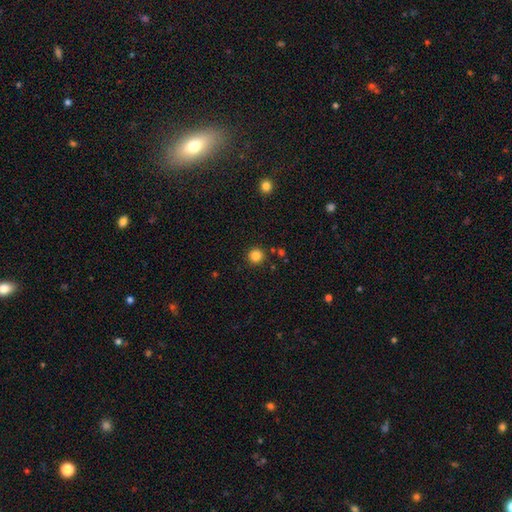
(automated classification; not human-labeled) smooth-or-featured: smooth: 84% | star or artifact: 12% | featured or disk: 4%
  how-rounded: round: 94% | in between: 5% | cigar-shaped: 1%
  merging: none: 89% | minor disturbance: 6% | merger: 3% | major disturbance: 2%